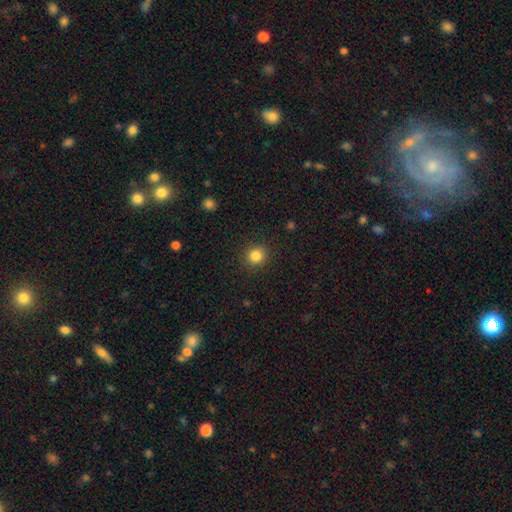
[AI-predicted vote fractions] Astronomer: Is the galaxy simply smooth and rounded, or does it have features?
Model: smooth — 84%.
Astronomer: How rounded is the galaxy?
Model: round — 90%.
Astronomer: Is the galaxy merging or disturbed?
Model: none — 91%.